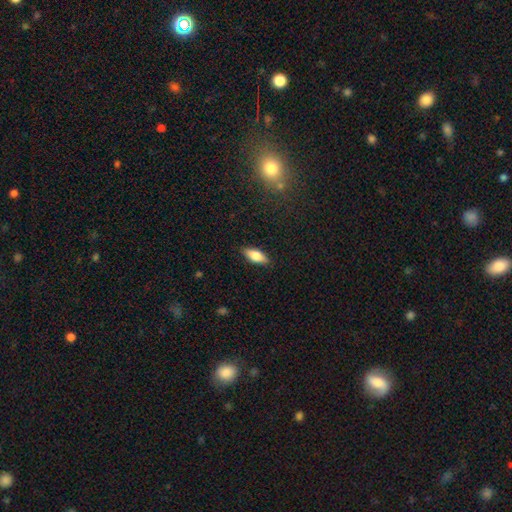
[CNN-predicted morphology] Smooth or featured? smooth (75%)
How rounded? in between (77%)
Merging? none (87%)